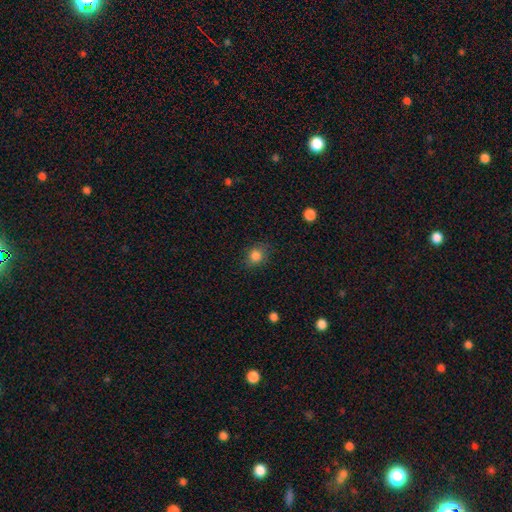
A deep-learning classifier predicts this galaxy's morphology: Smooth or featured?
  - smooth: 83% *
  - star or artifact: 11%
  - featured or disk: 5%
How rounded?
  - round: 73% *
  - in between: 26%
  - cigar-shaped: 1%
Merging?
  - none: 80% *
  - minor disturbance: 15%
  - major disturbance: 4%
  - merger: 1%